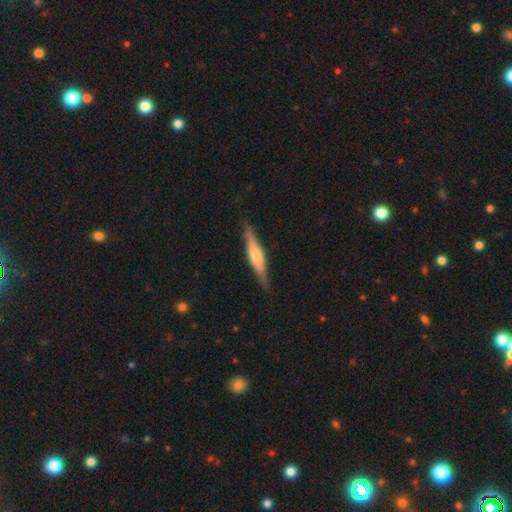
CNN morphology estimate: Smooth or featured? Predicted: featured or disk (p=0.60). Edge-on disk? Predicted: yes (p=0.95). Edge-on bulge? Predicted: rounded (p=0.78). Merging? Predicted: none (p=0.87).